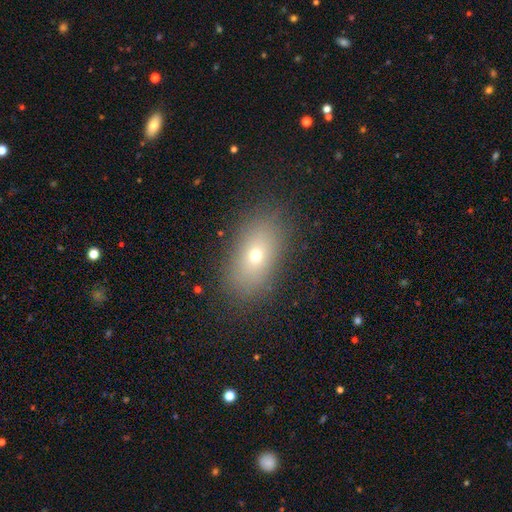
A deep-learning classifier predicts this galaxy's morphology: This is likely a smooth galaxy (66%). How rounded: clearly in between (80%). Merging: clearly none (84%).